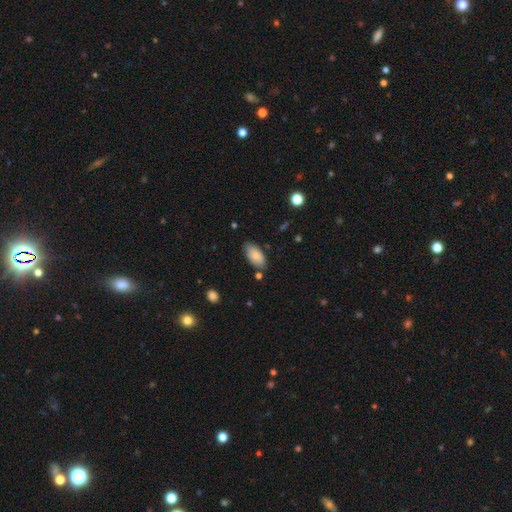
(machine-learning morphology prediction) This is clearly a smooth galaxy (83%). How rounded: clearly in between (93%). Merging: likely none (77%).